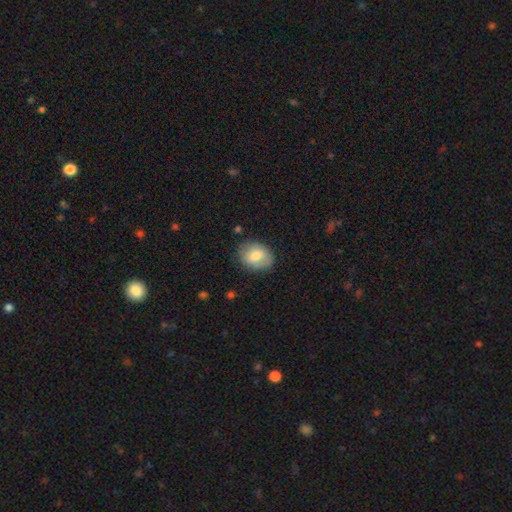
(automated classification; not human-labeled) smooth-or-featured: smooth: 73% | featured or disk: 20% | star or artifact: 7%
  how-rounded: in between: 61% | round: 38% | cigar-shaped: 1%
  merging: none: 80% | minor disturbance: 15% | major disturbance: 4% | merger: 1%